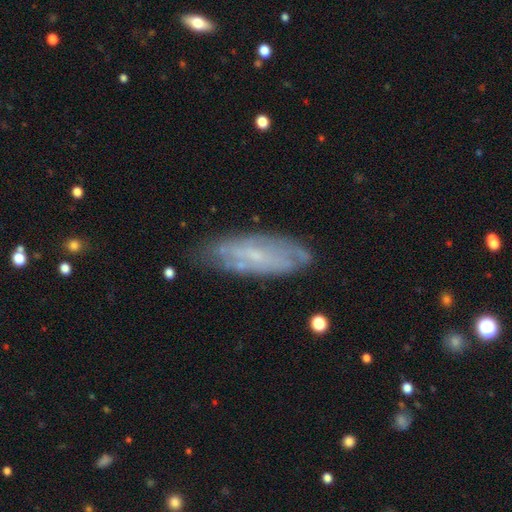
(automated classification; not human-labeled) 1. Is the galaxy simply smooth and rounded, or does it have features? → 59% featured or disk, 33% smooth, 8% star or artifact.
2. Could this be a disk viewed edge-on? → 79% no, 21% yes.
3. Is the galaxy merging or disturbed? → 74% none, 19% minor disturbance, 5% major disturbance, 2% merger.